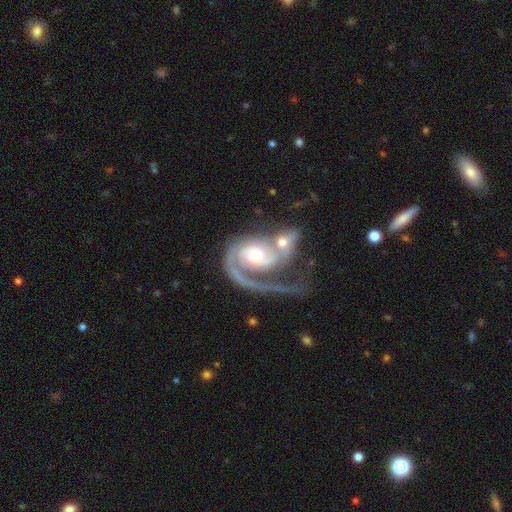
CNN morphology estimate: The model was most divided on "bulge size": moderate: 52%, small: 40%, large: 5%, none: 2%, dominant: 1%. Remaining: edge-on disk — no (97%); spiral arms — yes (96%); smooth or featured — featured or disk (89%); bar — no (62%); spiral arm count — 1 (52%); spiral winding — tight (49%); merging — merger (46%).